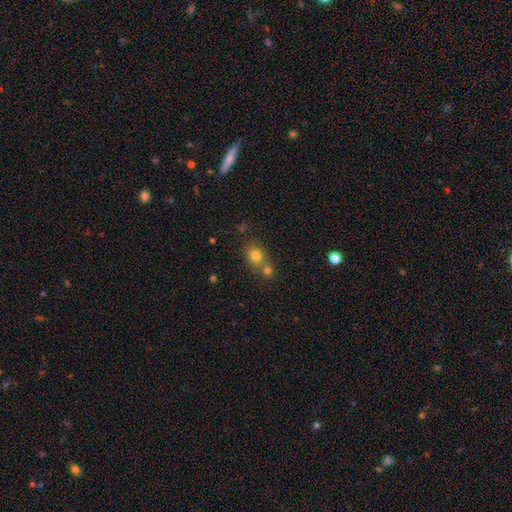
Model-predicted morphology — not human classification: smooth 76%, star or artifact 13%, featured or disk 11%. Down the decision tree: how rounded — round (70%); merging — none (45%).